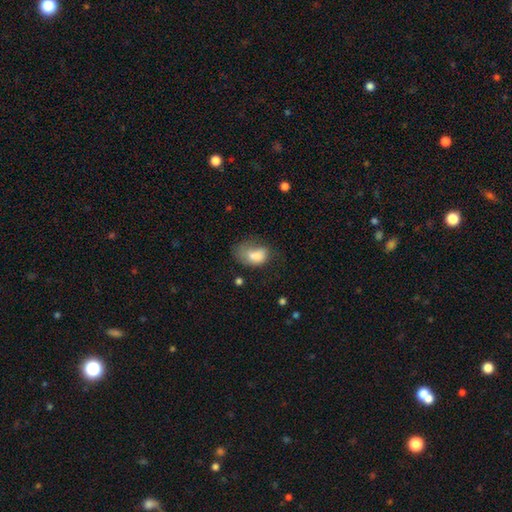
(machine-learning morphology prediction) The model was most divided on "merging": major disturbance: 43%, minor disturbance: 25%, none: 21%, merger: 11%. More confident: how rounded — in between (83%); smooth or featured — smooth (72%).